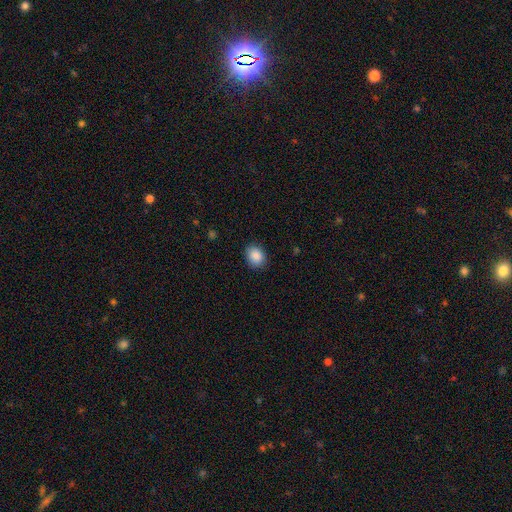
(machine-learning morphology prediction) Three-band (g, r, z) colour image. It shows a smooth galaxy with no disk features (89%) that is round (55%). Merging: none (86%).